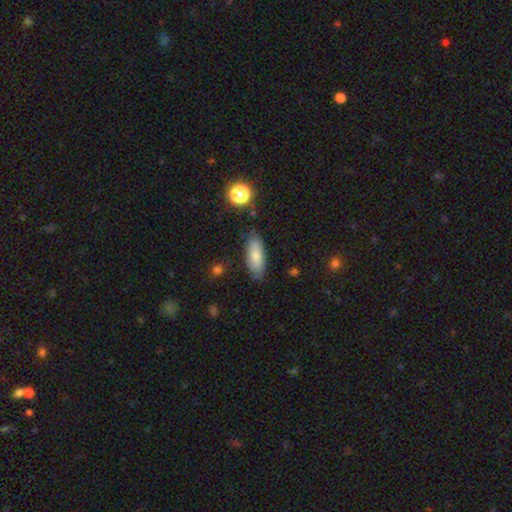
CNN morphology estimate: This is likely a smooth galaxy (77%). How rounded: likely in between (77%). Merging: likely none (80%).